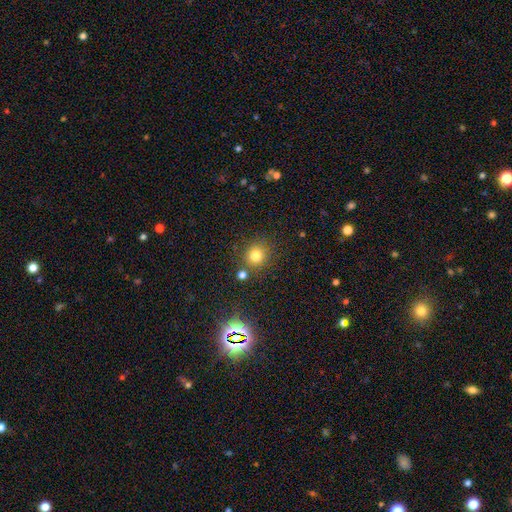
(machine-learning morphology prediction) type=smooth (77%); roundness=round (86%); merging=none (79%).